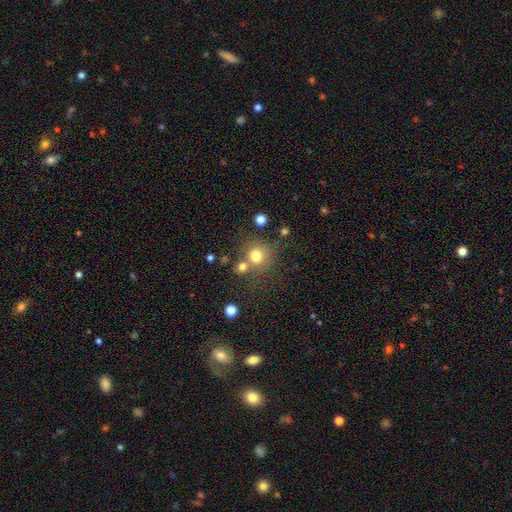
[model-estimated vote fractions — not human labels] A smooth galaxy with no disk features (76%) that is round (88%). Merging: none (63%).